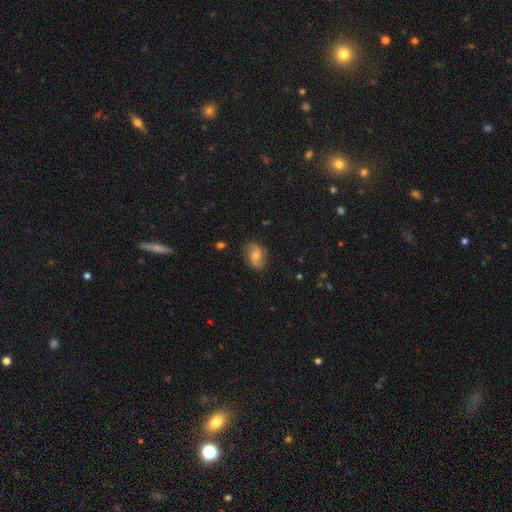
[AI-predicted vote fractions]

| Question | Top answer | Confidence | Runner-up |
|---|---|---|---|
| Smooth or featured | featured or disk | 52% | smooth (39%) |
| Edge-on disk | no | 96% | yes (4%) |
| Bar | no | 60% | weak (33%) |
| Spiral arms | yes | 87% | no (13%) |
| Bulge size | moderate | 53% | small (37%) |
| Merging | none | 76% | minor disturbance (18%) |